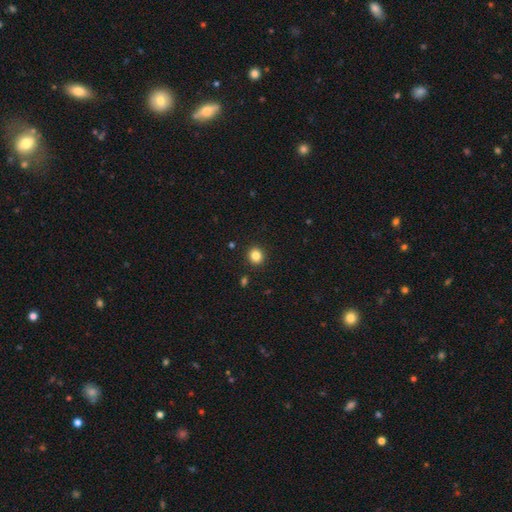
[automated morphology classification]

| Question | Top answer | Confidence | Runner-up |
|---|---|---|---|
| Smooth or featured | smooth | 84% | star or artifact (11%) |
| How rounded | round | 86% | in between (13%) |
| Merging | none | 92% | minor disturbance (5%) |